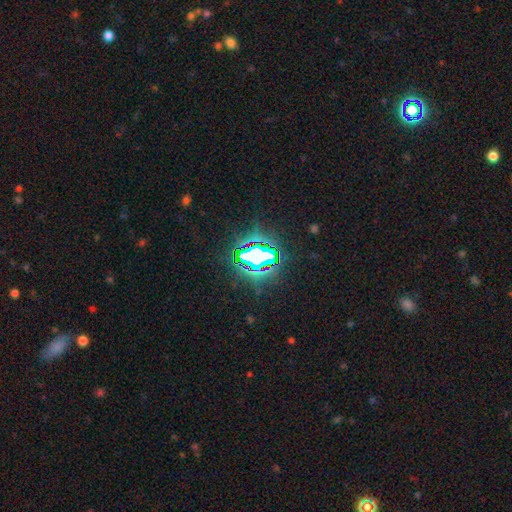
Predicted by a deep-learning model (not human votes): A star or artifact, not a galaxy (73%).

Vote fractions:
- Smooth or featured? star or artifact: 73% / smooth: 16% / featured or disk: 12%